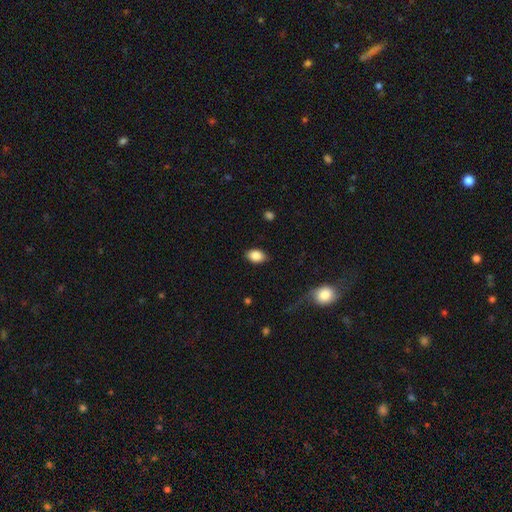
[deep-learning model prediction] smooth_or_featured: smooth (p=0.86) [alt: star or artifact p=0.08]
how_rounded: in between (p=0.84) [alt: round p=0.14]
merging: none (p=0.85) [alt: minor disturbance p=0.11]